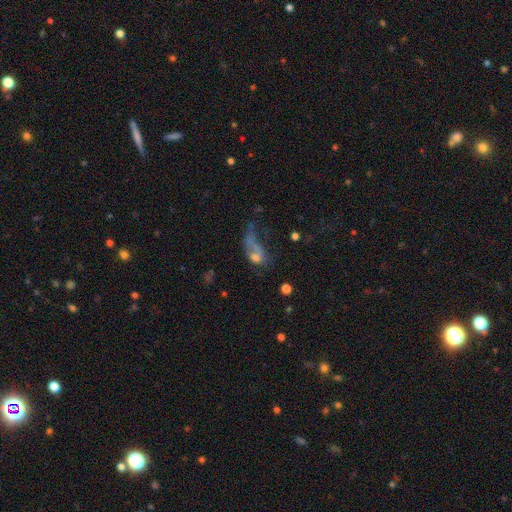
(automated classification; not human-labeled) Overall: smooth (41%; featured or disk 37%). Merging: major disturbance (50%; none 20%).